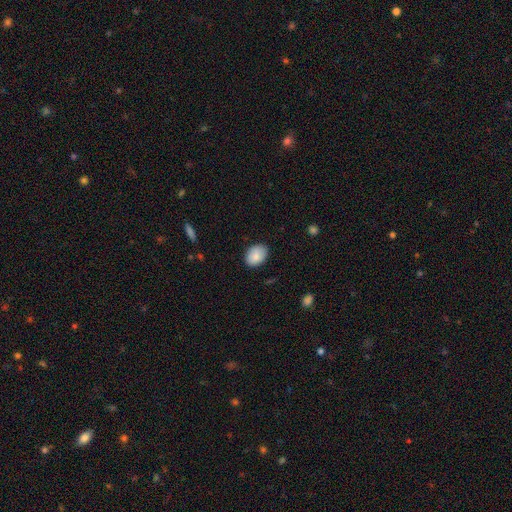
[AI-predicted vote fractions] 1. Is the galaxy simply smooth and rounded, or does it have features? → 86% smooth, 7% featured or disk, 7% star or artifact.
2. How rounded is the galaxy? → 79% in between, 20% round, 1% cigar-shaped.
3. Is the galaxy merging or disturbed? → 83% none, 13% minor disturbance, 2% major disturbance, 1% merger.